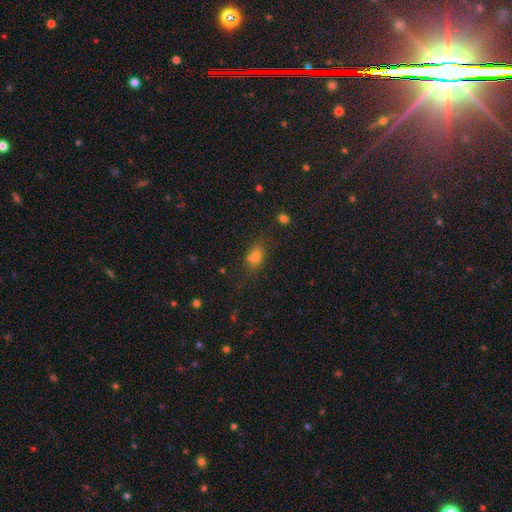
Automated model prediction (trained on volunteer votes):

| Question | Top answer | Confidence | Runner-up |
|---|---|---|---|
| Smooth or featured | smooth | 73% | star or artifact (18%) |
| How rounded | in between | 69% | round (27%) |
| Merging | none | 68% | minor disturbance (19%) |